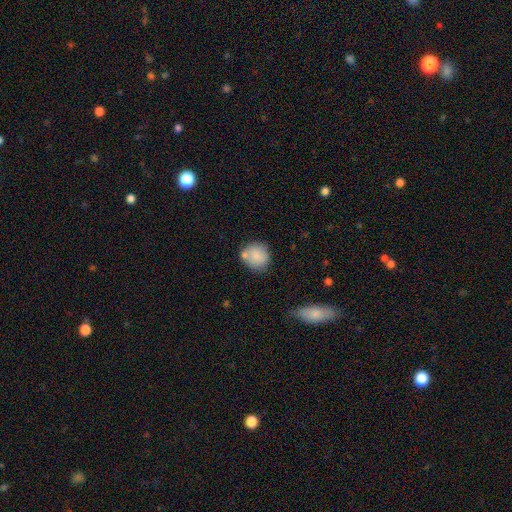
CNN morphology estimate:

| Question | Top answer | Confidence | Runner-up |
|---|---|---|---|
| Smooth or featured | smooth | 82% | featured or disk (10%) |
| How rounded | round | 86% | in between (13%) |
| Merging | none | 64% | merger (16%) |